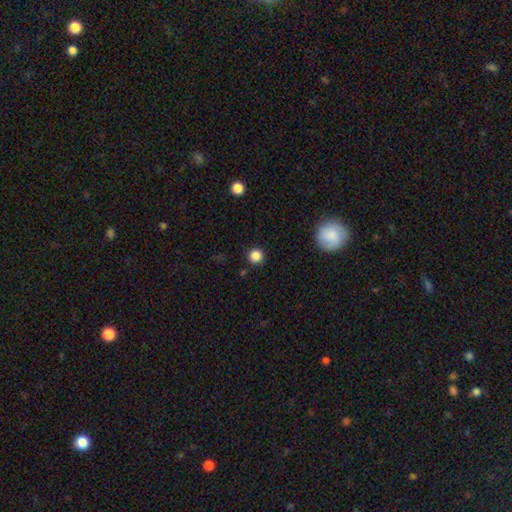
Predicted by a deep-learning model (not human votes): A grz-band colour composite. It shows a smooth galaxy with no disk features (85%) that is round (94%). Merging: none (90%).